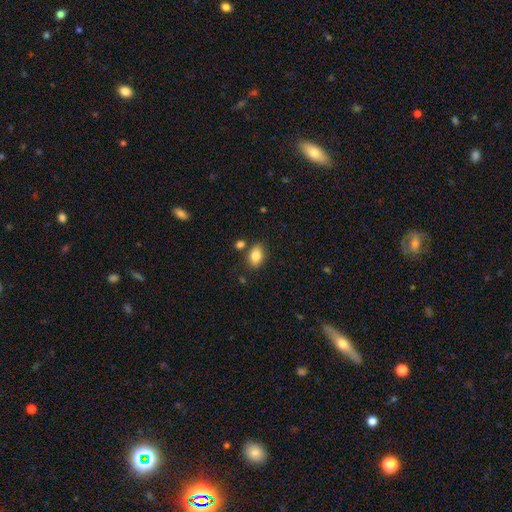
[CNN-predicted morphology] smooth-or-featured: smooth: 85% | star or artifact: 8% | featured or disk: 7%
  how-rounded: in between: 84% | round: 15% | cigar-shaped: 2%
  merging: none: 78% | minor disturbance: 12% | merger: 7% | major disturbance: 3%